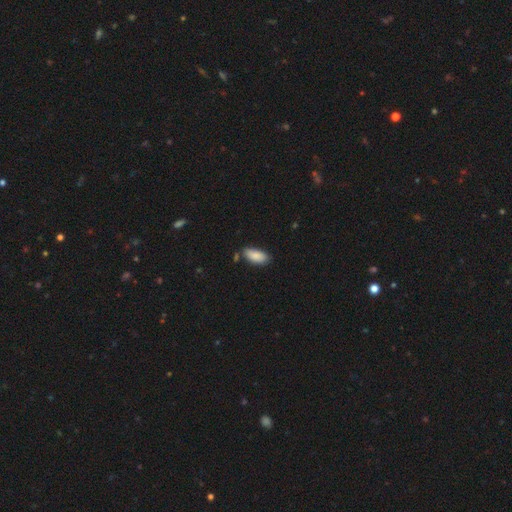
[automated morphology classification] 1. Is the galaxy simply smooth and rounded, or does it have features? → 88% smooth, 6% star or artifact, 6% featured or disk.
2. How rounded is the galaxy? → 89% in between, 9% cigar-shaped, 2% round.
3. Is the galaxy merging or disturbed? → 72% none, 20% minor disturbance, 5% merger, 3% major disturbance.